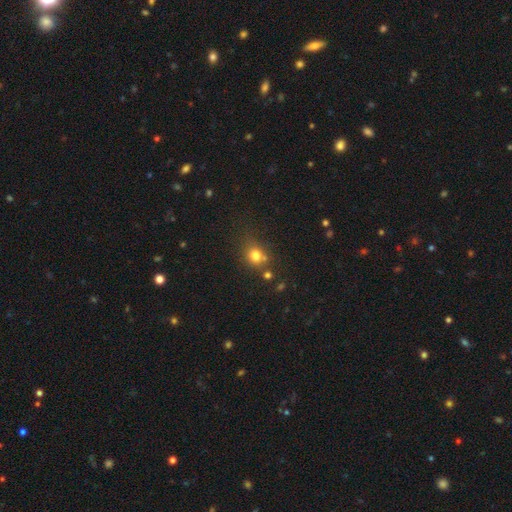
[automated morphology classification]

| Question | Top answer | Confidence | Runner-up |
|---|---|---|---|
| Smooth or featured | smooth | 76% | star or artifact (15%) |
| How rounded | round | 69% | in between (30%) |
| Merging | none | 58% | merger (19%) |